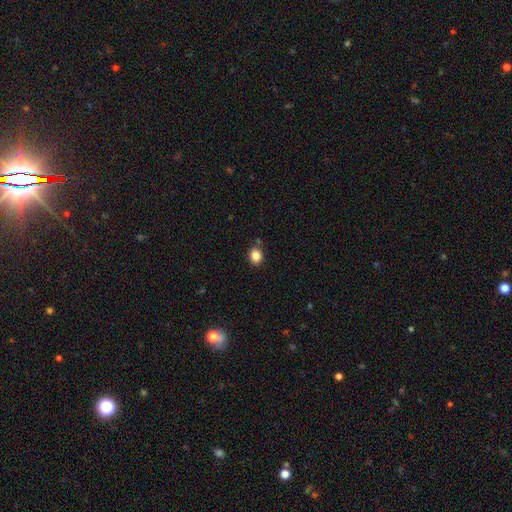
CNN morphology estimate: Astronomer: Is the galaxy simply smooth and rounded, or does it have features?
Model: smooth — 85%.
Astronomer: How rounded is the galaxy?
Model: round — 72%.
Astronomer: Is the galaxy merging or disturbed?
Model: none — 83%.